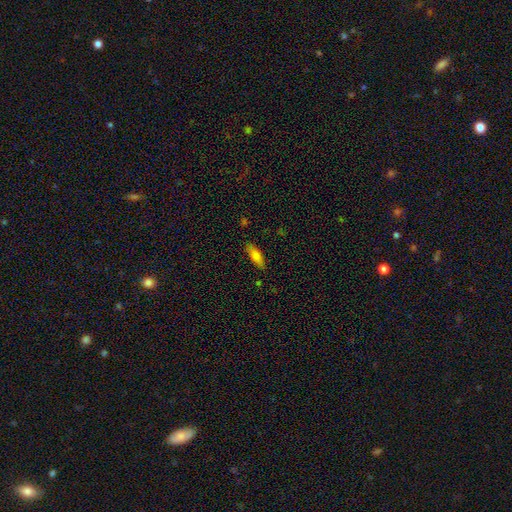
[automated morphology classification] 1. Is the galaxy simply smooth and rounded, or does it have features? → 78% smooth, 14% featured or disk, 8% star or artifact.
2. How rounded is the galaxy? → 61% in between, 36% cigar-shaped, 2% round.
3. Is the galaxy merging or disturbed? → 85% none, 11% minor disturbance, 2% major disturbance, 2% merger.